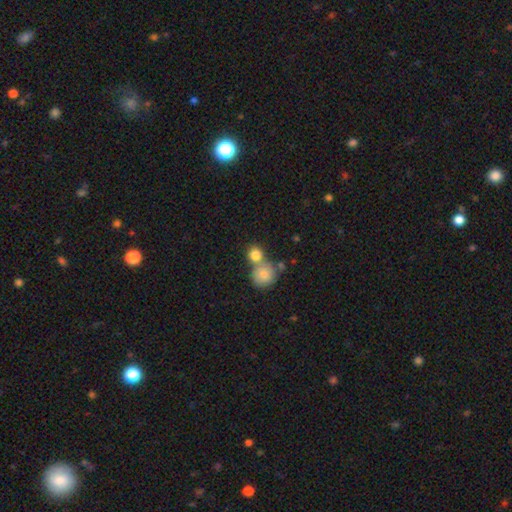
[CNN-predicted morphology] Smooth or featured? smooth (81%)
How rounded? round (84%)
Merging? merger (47%)